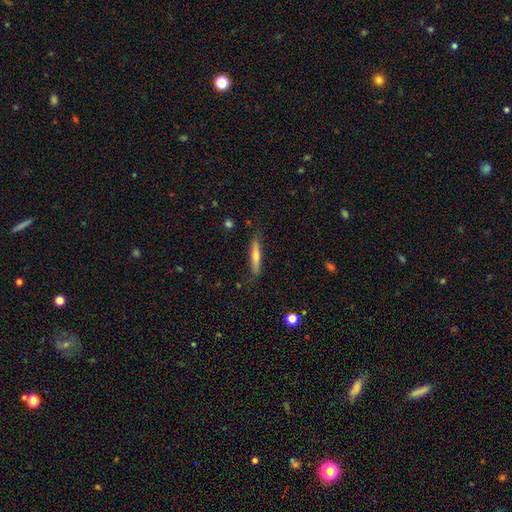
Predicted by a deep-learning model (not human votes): Overall: smooth (54%; featured or disk 40%). How rounded: cigar-shaped (88%). Merging: none (83%).